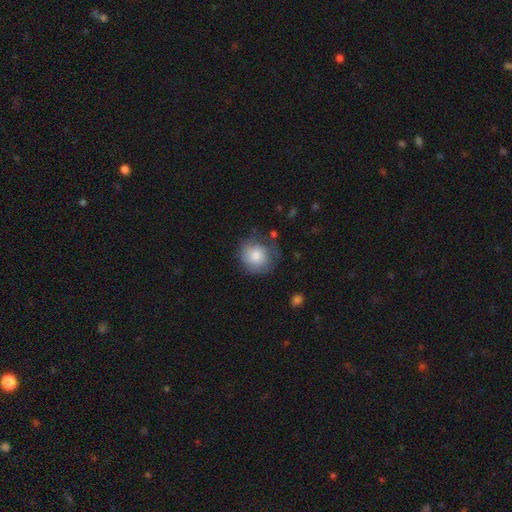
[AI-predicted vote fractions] Morphology: type=smooth (77%); roundness=round (86%); merging=none (63%).